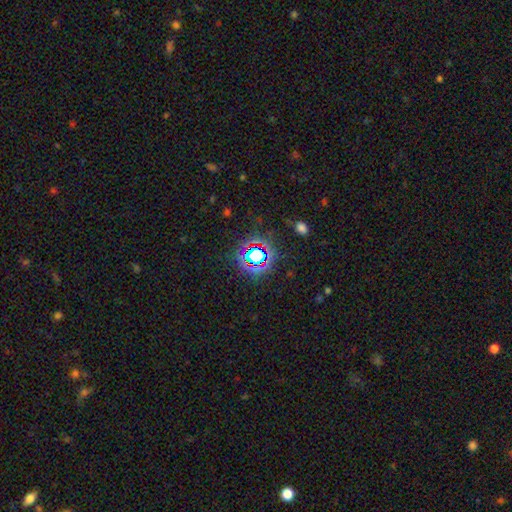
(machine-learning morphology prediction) This appears to be a star or artifact, not a galaxy (70%).